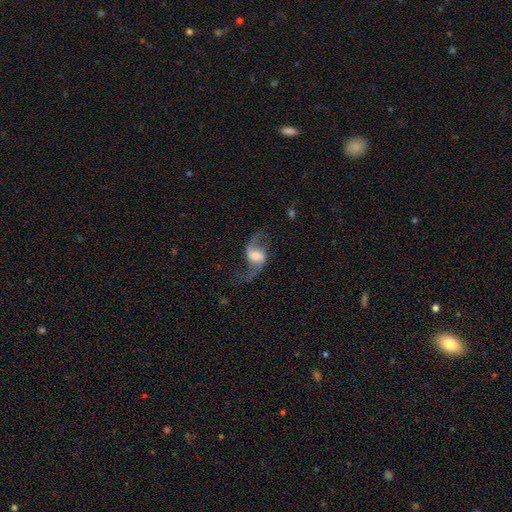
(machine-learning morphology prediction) Smooth or featured? featured or disk (86%)
Edge-on disk? no (97%)
Bar? weak (51%)
Spiral arms? yes (96%)
Spiral winding? loose (81%)
Spiral arm count? 2 (93%)
Bulge size? moderate (40%)
Merging? none (71%)